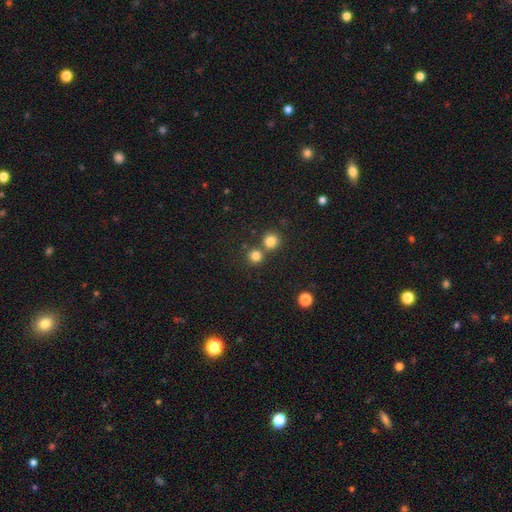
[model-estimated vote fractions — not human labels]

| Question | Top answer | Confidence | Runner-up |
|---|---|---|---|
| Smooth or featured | smooth | 81% | star or artifact (14%) |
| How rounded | round | 90% | in between (9%) |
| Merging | none | 63% | merger (29%) |